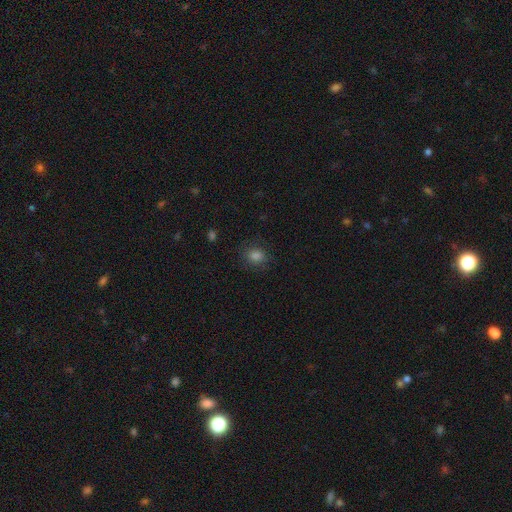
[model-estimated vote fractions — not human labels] Smooth or featured: smooth — 79% (star or artifact — 15%)
How rounded: round — 63% (in between — 36%)
Merging: none — 83% (minor disturbance — 12%)